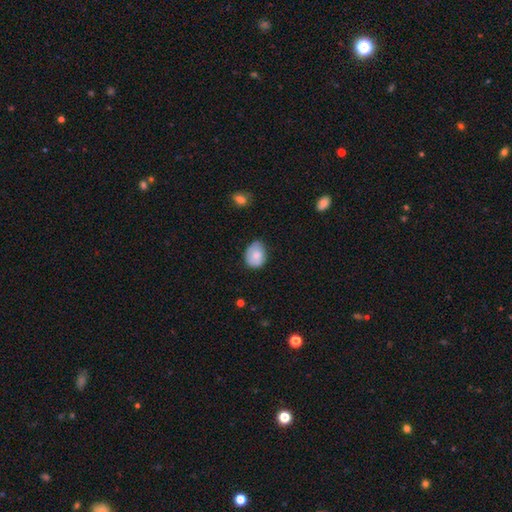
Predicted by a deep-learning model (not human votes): smooth-or-featured: smooth: 78% | featured or disk: 14% | star or artifact: 7%
  how-rounded: in between: 60% | round: 39% | cigar-shaped: 1%
  merging: none: 56% | minor disturbance: 35% | major disturbance: 7% | merger: 2%